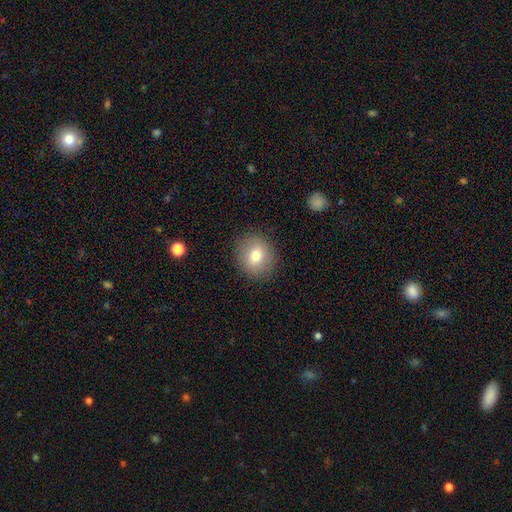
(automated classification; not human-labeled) smooth_or_featured: smooth (p=0.76) [alt: featured or disk p=0.14]
how_rounded: round (p=0.79) [alt: in between p=0.20]
merging: none (p=0.88) [alt: minor disturbance p=0.08]